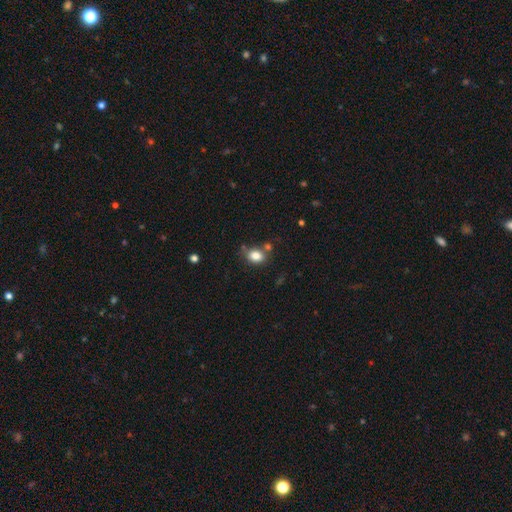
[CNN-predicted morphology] This appears to be a smooth galaxy with no disk features (83%) that is in between round and cigar-shaped (63%). Merging: none (65%).